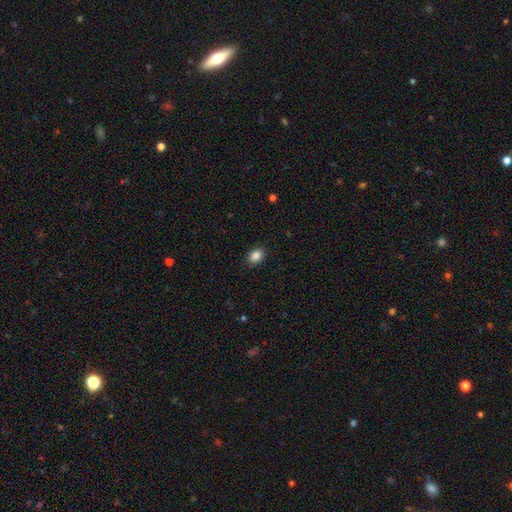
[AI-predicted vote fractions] Q: Smooth or featured?
A: smooth (87%); runner-up: star or artifact (9%)
Q: How rounded?
A: in between (65%); runner-up: round (34%)
Q: Merging?
A: none (90%); runner-up: minor disturbance (7%)